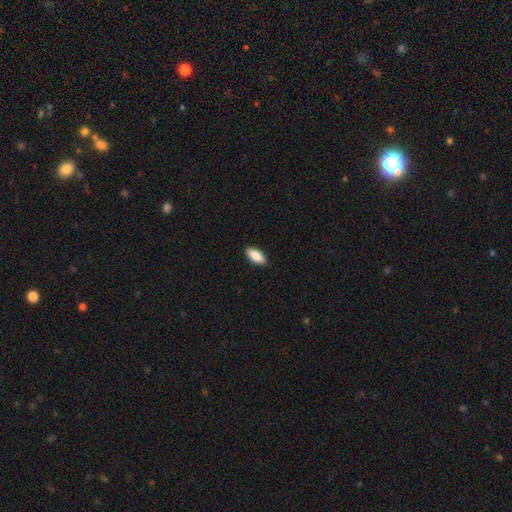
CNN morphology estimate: This is clearly a smooth galaxy (87%). How rounded: clearly in between (86%). Merging: clearly none (90%).